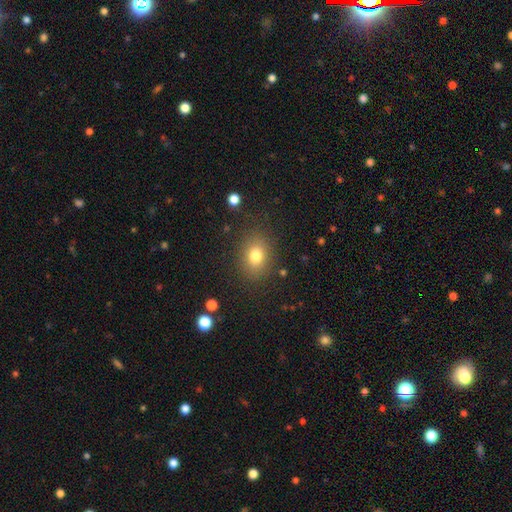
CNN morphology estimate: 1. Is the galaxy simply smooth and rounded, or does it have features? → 79% smooth, 12% star or artifact, 10% featured or disk.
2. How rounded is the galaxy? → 57% in between, 42% round, 1% cigar-shaped.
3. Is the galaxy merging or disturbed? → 84% none, 11% minor disturbance, 4% major disturbance, 2% merger.